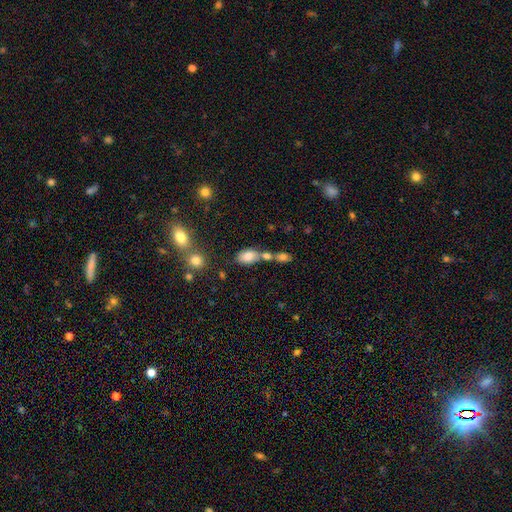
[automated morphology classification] Smooth or featured?
  - smooth: 55% *
  - star or artifact: 31%
  - featured or disk: 14%
How rounded?
  - in between: 59% *
  - round: 32%
  - cigar-shaped: 9%
Merging?
  - none: 53% *
  - merger: 29%
  - minor disturbance: 11%
  - major disturbance: 6%